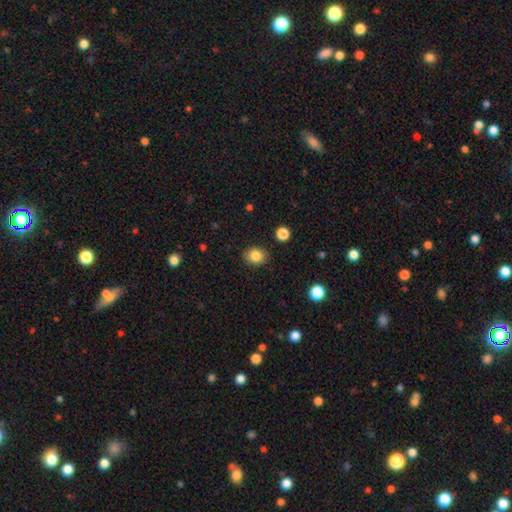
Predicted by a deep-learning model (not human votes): This appears to be a smooth galaxy with no disk features (84%) that is round (59%). Merging: none (87%).